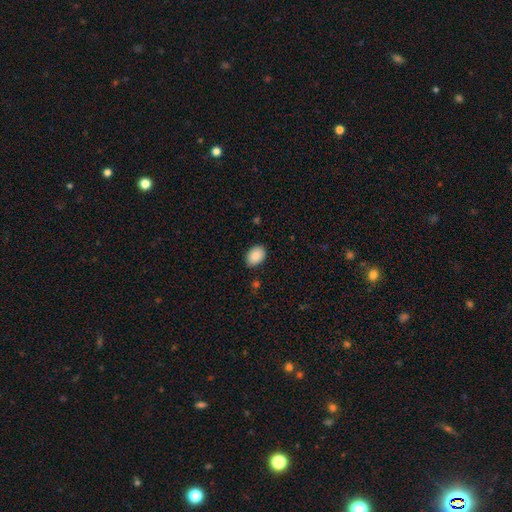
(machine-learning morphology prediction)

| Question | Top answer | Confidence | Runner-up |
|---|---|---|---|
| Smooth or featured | smooth | 90% | star or artifact (7%) |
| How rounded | in between | 75% | round (24%) |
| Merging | none | 84% | minor disturbance (12%) |